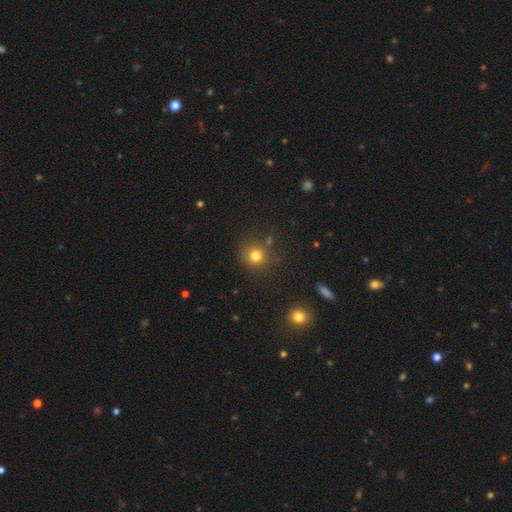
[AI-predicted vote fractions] smooth-or-featured: smooth: 79% | star or artifact: 15% | featured or disk: 6%
  how-rounded: round: 90% | in between: 9% | cigar-shaped: 1%
  merging: none: 79% | minor disturbance: 11% | merger: 6% | major disturbance: 4%